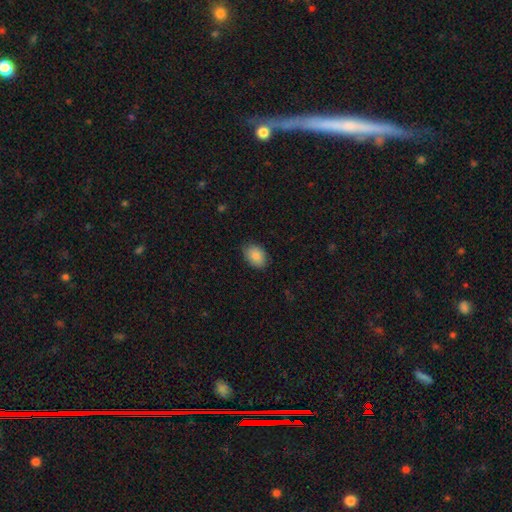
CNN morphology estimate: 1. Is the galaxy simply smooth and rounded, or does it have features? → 87% smooth, 7% star or artifact, 6% featured or disk.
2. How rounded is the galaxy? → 80% in between, 19% round, 1% cigar-shaped.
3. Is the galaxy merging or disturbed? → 82% none, 14% minor disturbance, 3% major disturbance, 1% merger.